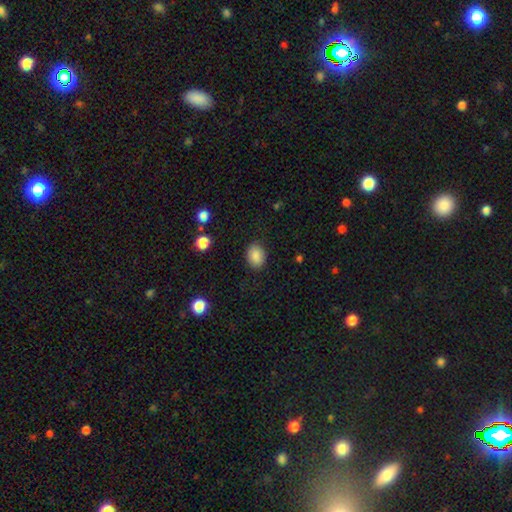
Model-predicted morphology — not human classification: Smooth or featured?
  - smooth: 87% *
  - star or artifact: 9%
  - featured or disk: 4%
How rounded?
  - in between: 60% *
  - round: 39%
  - cigar-shaped: 1%
Merging?
  - none: 86% *
  - minor disturbance: 10%
  - major disturbance: 3%
  - merger: 1%